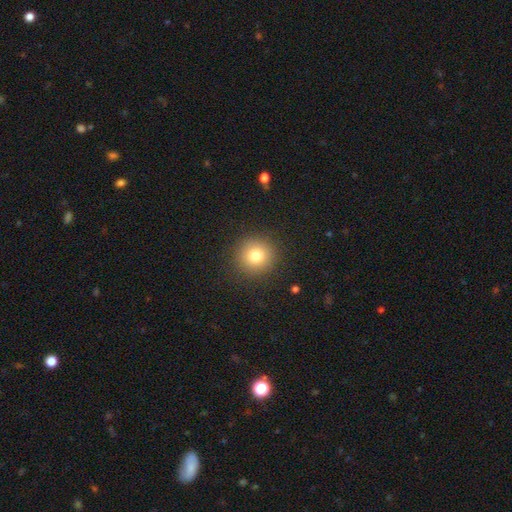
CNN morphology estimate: Smooth or featured? smooth (80%)
How rounded? round (94%)
Merging? none (91%)